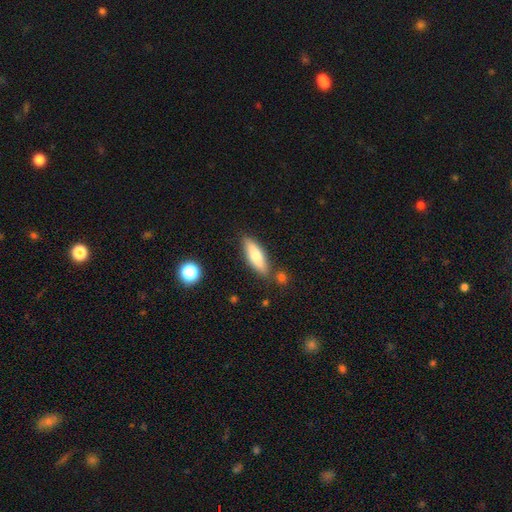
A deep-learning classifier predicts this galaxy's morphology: Smooth or featured?
  - smooth: 68% *
  - featured or disk: 26%
  - star or artifact: 6%
How rounded?
  - cigar-shaped: 51% *
  - in between: 47%
  - round: 2%
Merging?
  - none: 80% *
  - minor disturbance: 12%
  - merger: 5%
  - major disturbance: 3%